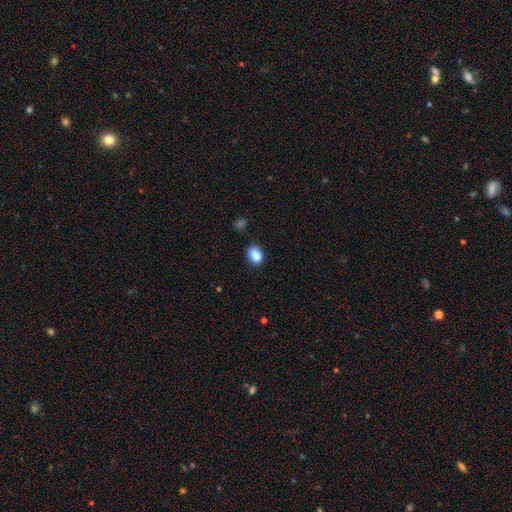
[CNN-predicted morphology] smooth-or-featured: smooth: 85% | star or artifact: 10% | featured or disk: 5%
  how-rounded: in between: 70% | round: 28% | cigar-shaped: 1%
  merging: none: 77% | minor disturbance: 17% | major disturbance: 3% | merger: 2%